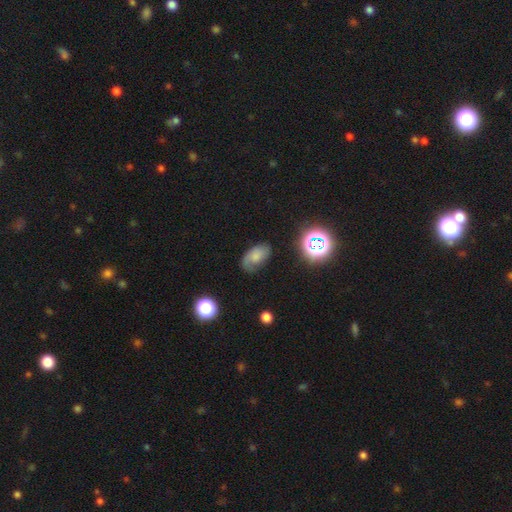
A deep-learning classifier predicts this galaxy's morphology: This is possibly a smooth galaxy (52%). How rounded: clearly in between (89%). Merging: possibly none (59%).